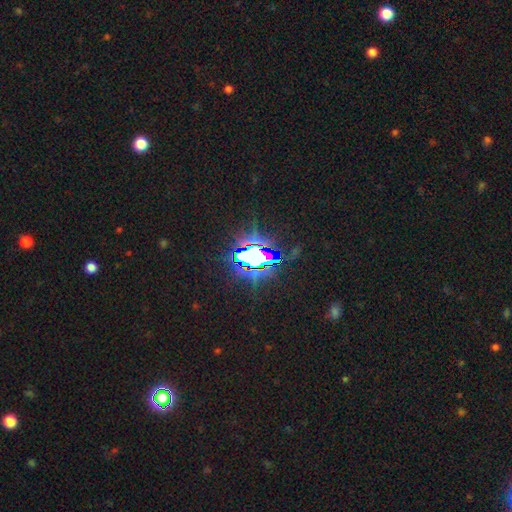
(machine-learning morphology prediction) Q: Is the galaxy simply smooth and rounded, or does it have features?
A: star or artifact — 75%.